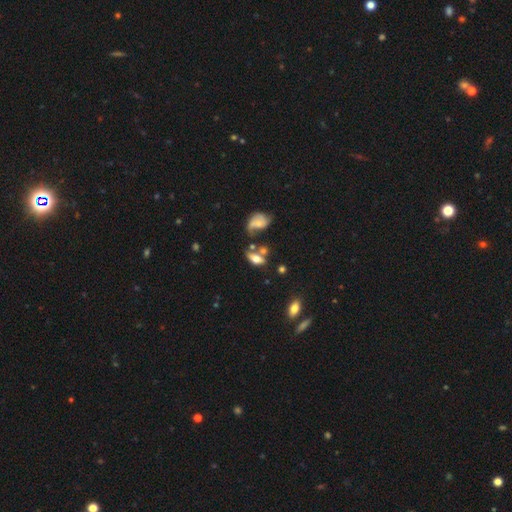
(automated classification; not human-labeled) smooth 48%, featured or disk 37%, star or artifact 15%. Down the decision tree: merging — none (45%).